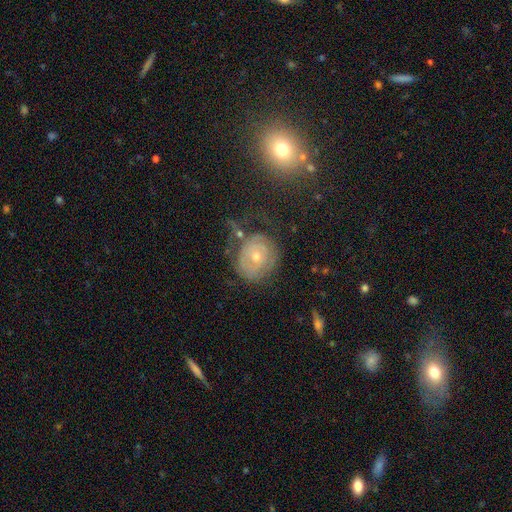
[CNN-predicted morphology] Overall: featured or disk (55%; smooth 33%). Edge-on disk: no (96%). Bar: no (81%). Spiral arms: yes (63%; no 37%). Bulge size: small (48%, tied with moderate). Merging: none (59%; minor disturbance 22%).